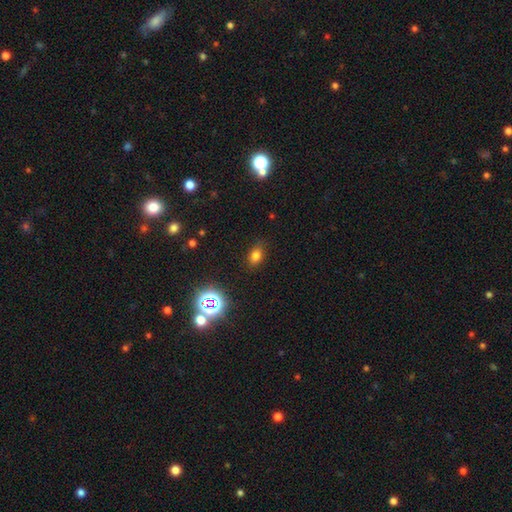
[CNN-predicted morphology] A smooth galaxy with no disk features (73%) that is in between round and cigar-shaped (75%).

Vote fractions:
- Smooth or featured? smooth: 73% / star or artifact: 20% / featured or disk: 8%
- How rounded? in between: 75% / round: 22% / cigar-shaped: 2%
- Merging? none: 82% / minor disturbance: 13% / major disturbance: 3% / merger: 1%